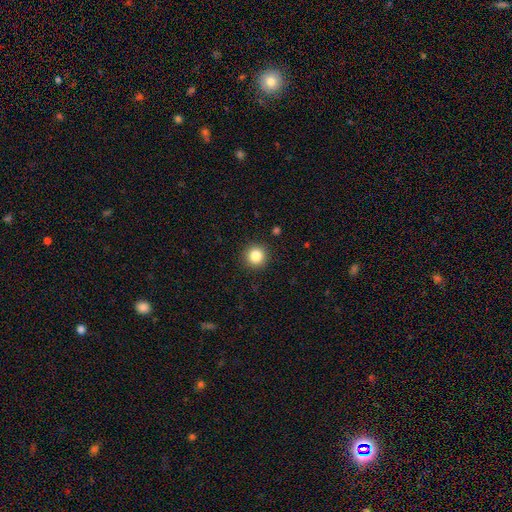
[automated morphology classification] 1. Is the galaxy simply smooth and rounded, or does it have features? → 84% smooth, 11% star or artifact, 5% featured or disk.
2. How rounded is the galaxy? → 95% round, 4% in between, 1% cigar-shaped.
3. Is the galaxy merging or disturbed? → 92% none, 5% minor disturbance, 2% major disturbance, 1% merger.